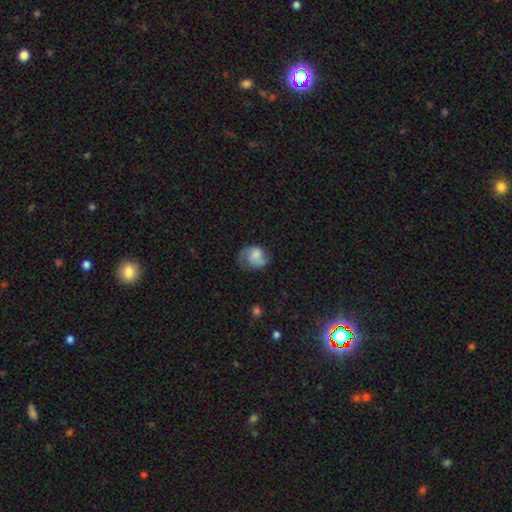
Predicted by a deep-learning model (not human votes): featured or disk 52%, smooth 40%, star or artifact 8%. Down the decision tree: edge-on disk — no (98%); bar — no (70%); spiral arms — yes (87%); bulge size — none (28%); merging — none (53%).